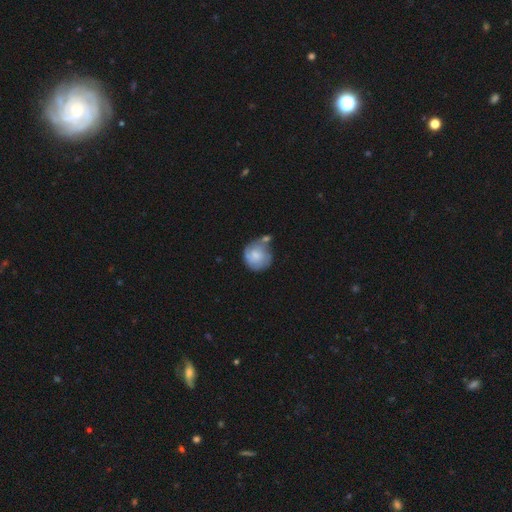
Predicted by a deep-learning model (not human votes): smooth 50%, featured or disk 43%, star or artifact 7%. Down the decision tree: merging — none (45%).